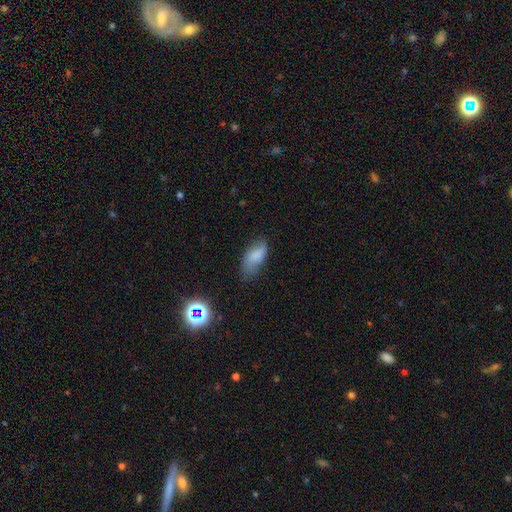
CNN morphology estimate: Q: Smooth or featured?
A: smooth (78%); runner-up: featured or disk (13%)
Q: How rounded?
A: in between (90%); runner-up: cigar-shaped (7%)
Q: Merging?
A: none (49%); runner-up: minor disturbance (36%)